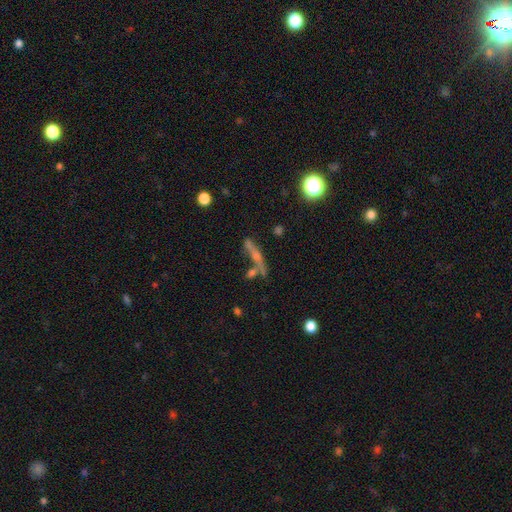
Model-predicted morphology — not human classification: Overall: featured or disk (46%; smooth 37%). Merging: none (55%; merger 22%).